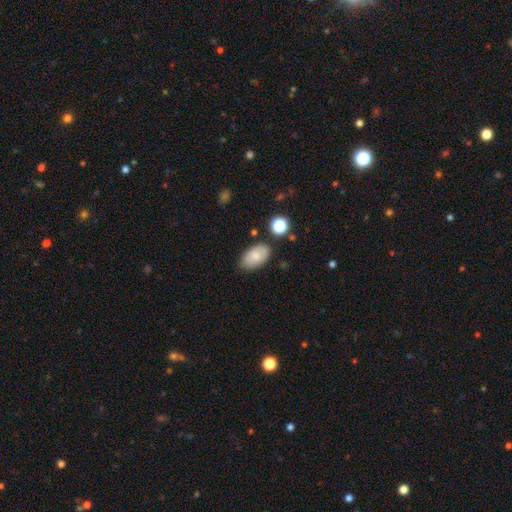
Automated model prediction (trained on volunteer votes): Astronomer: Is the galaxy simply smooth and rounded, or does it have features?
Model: smooth — 79%.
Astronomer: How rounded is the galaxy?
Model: in between — 93%.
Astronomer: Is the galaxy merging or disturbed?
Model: none — 77%.